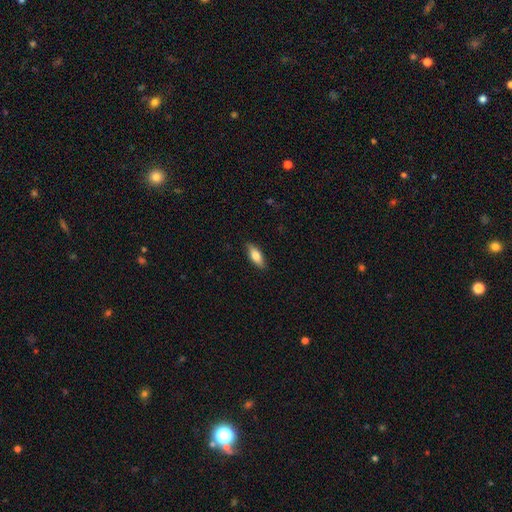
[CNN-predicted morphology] Smooth or featured: smooth — 69% (featured or disk — 25%)
How rounded: in between — 68% (cigar-shaped — 29%)
Merging: none — 87% (minor disturbance — 10%)